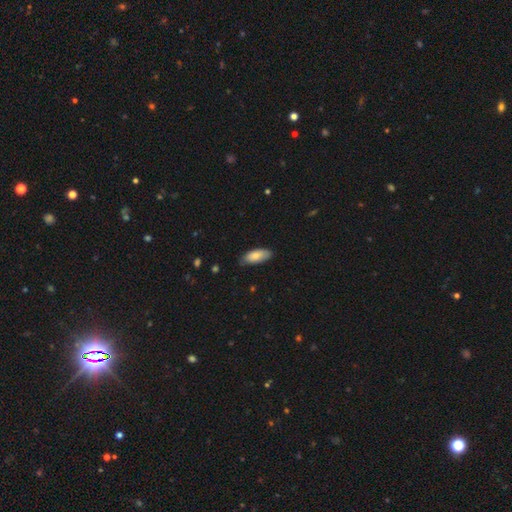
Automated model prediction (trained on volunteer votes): smooth-or-featured: smooth: 80% | featured or disk: 14% | star or artifact: 6%
  how-rounded: in between: 86% | cigar-shaped: 12% | round: 2%
  merging: none: 73% | minor disturbance: 23% | major disturbance: 3% | merger: 1%